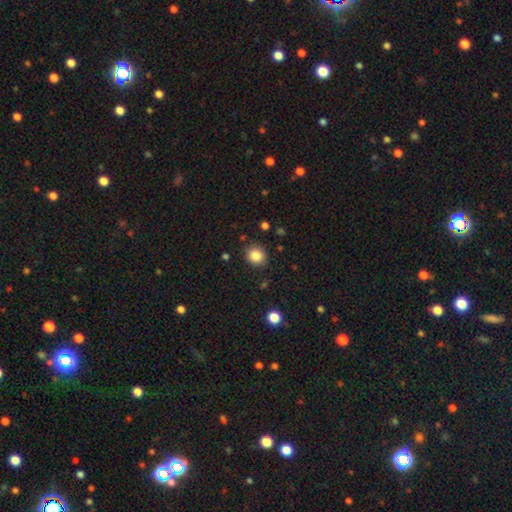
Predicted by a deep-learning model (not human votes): smooth_or_featured: smooth (p=0.86) [alt: star or artifact p=0.10]
how_rounded: round (p=0.80) [alt: in between p=0.19]
merging: none (p=0.85) [alt: minor disturbance p=0.10]